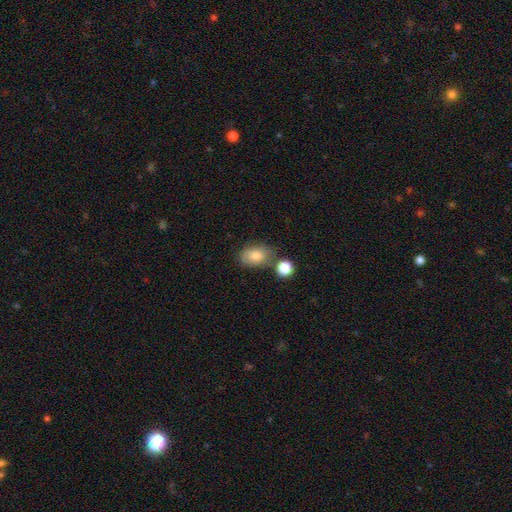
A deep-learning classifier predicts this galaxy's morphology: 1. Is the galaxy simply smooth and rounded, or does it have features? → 79% smooth, 12% featured or disk, 9% star or artifact.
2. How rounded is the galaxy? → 82% in between, 16% round, 1% cigar-shaped.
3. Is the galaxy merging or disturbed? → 64% none, 16% minor disturbance, 15% merger, 5% major disturbance.